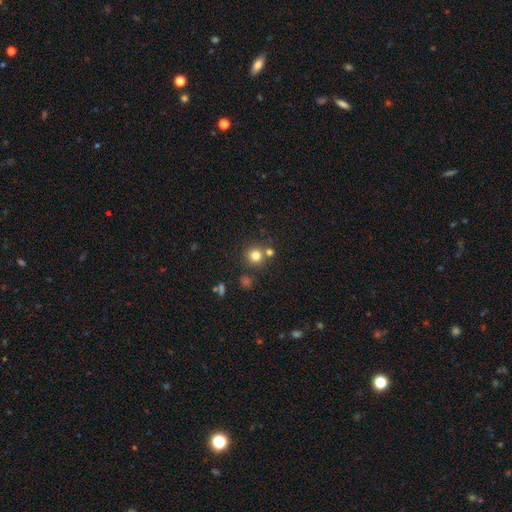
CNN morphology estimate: smooth 78%, star or artifact 14%, featured or disk 8%. Down the decision tree: how rounded — round (92%); merging — none (72%).